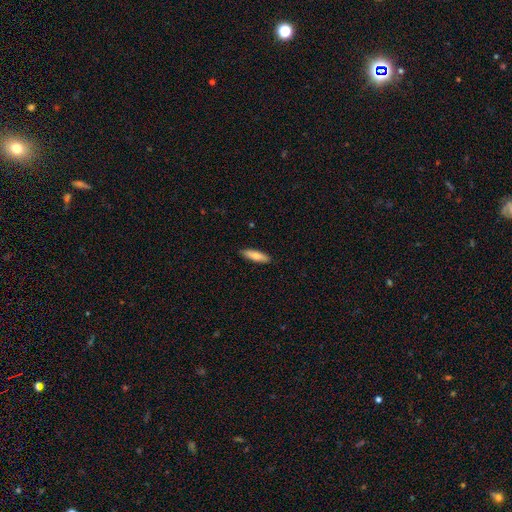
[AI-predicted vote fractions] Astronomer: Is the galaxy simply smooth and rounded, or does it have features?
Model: smooth — 78%.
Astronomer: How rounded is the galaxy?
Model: cigar-shaped — 63%.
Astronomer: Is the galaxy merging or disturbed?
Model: none — 89%.